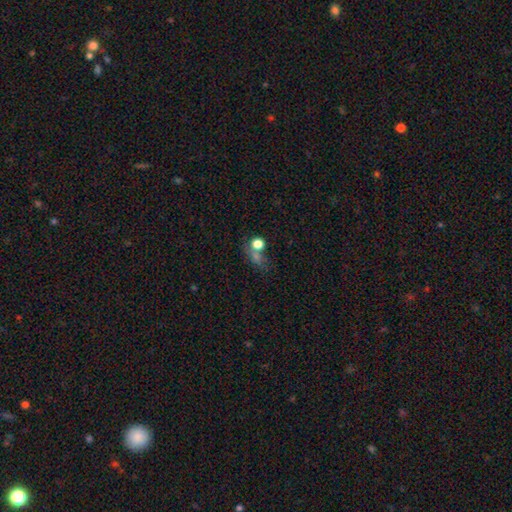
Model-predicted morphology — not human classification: Smooth or featured? smooth (47%)
Merging? none (47%)